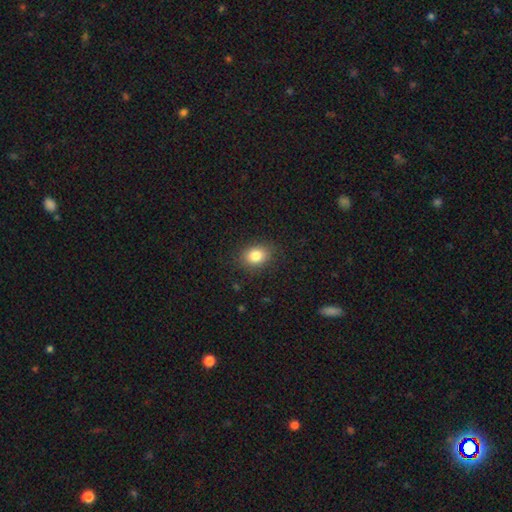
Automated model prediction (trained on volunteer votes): Overall: smooth (83%). How rounded: in between (62%; round 37%). Merging: none (86%).